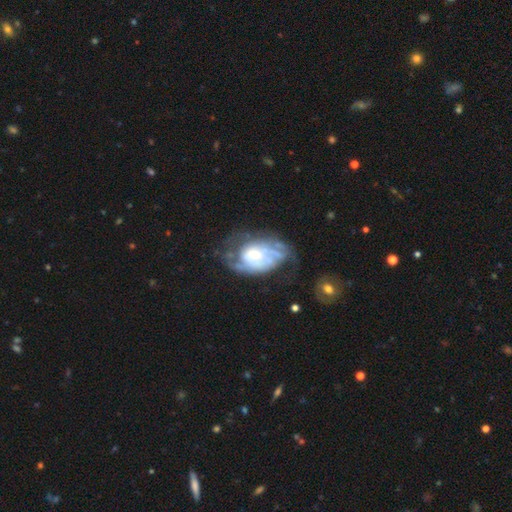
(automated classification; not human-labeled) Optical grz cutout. It shows a featured or disk galaxy (75%) with no bar (72%), tight (47%) spiral arms (79%) and a moderate central bulge (46%). Merging: none (41%).